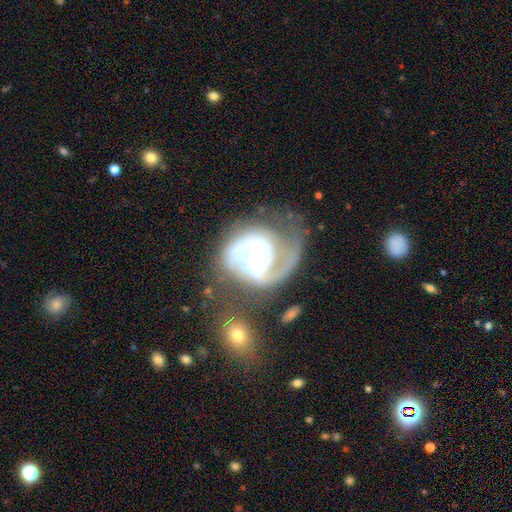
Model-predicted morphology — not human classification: smooth-or-featured: featured or disk: 84% | smooth: 10% | star or artifact: 6%
  disk-edge-on: no: 98% | yes: 2%
    bar: no: 60% | weak: 30% | strong: 10%
    has-spiral-arms: yes: 87% | no: 13%
      spiral-winding: tight: 46% | medium: 36% | loose: 18%
      spiral-arm-count: 2: 36% | 1: 31% | can't tell: 20% | 3: 8% | 4: 3% | more than 4: 3%
    bulge-size: moderate: 64% | small: 23% | large: 9% | none: 2% | dominant: 2%
  merging: none: 31% | major disturbance: 30% | merger: 22% | minor disturbance: 16%